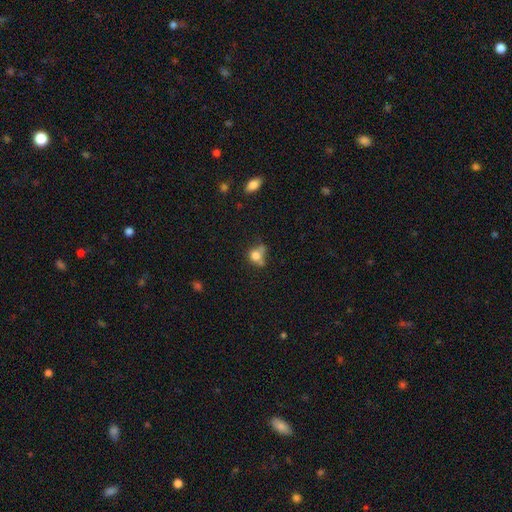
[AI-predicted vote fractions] A smooth galaxy with no disk features (72%) that is round (64%). Merging: none (37%).